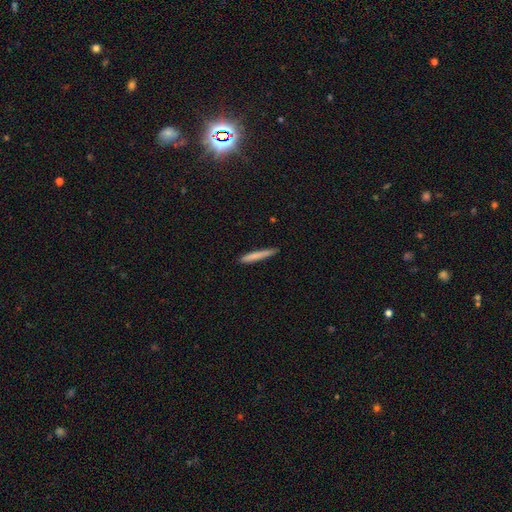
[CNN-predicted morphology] smooth_or_featured: smooth (p=0.79) [alt: featured or disk p=0.15]
how_rounded: cigar-shaped (p=0.95) [alt: in between p=0.03]
merging: none (p=0.88) [alt: minor disturbance p=0.10]